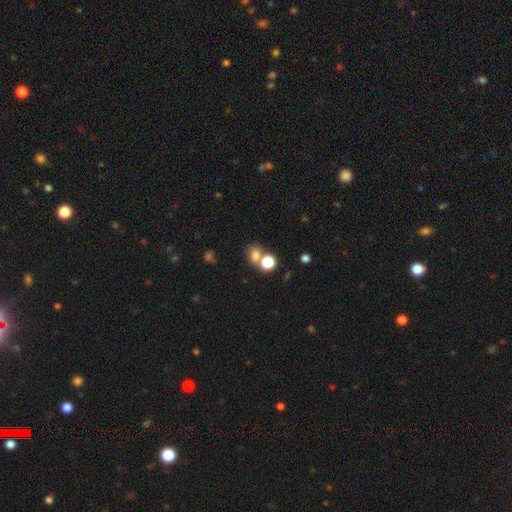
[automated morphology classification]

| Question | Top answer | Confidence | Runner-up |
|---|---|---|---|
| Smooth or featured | smooth | 72% | star or artifact (18%) |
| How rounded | round | 54% | in between (45%) |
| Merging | none | 48% | merger (37%) |